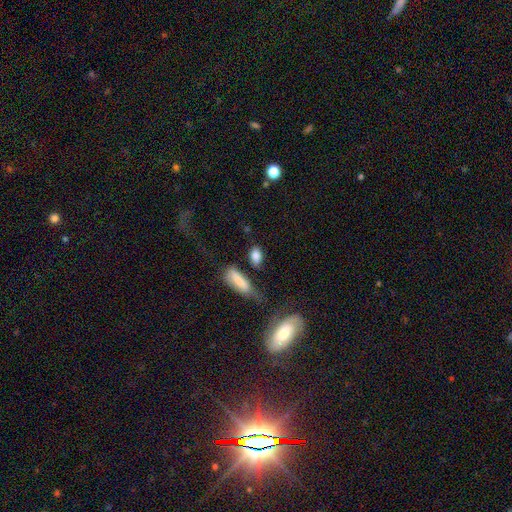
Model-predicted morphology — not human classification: This appears to be a smooth galaxy with no disk features (83%) that is in between round and cigar-shaped (82%). Merging: none (67%).